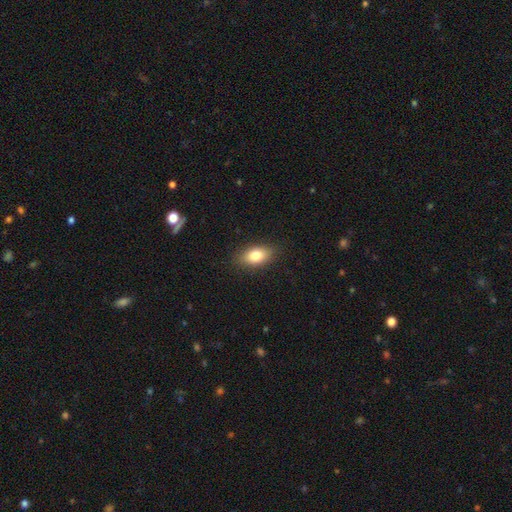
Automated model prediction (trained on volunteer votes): This appears to be a smooth galaxy with no disk features (79%) that is in between round and cigar-shaped (87%). Merging: none (87%).